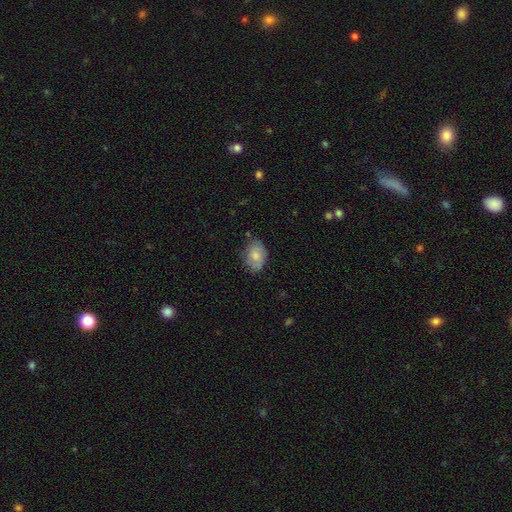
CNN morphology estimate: Q: Smooth or featured?
A: smooth (78%); runner-up: featured or disk (16%)
Q: How rounded?
A: in between (86%); runner-up: round (13%)
Q: Merging?
A: none (69%); runner-up: minor disturbance (24%)